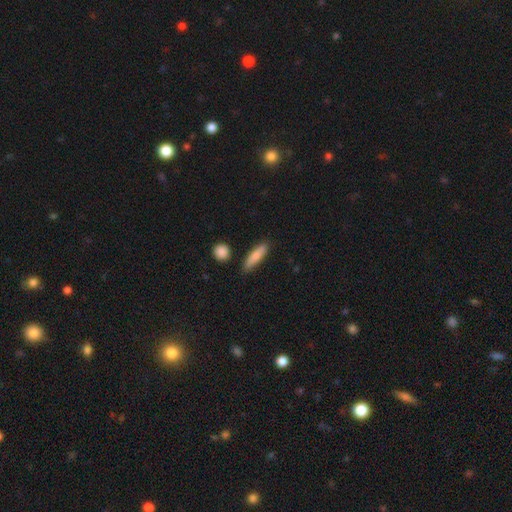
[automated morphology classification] Smooth or featured? smooth (81%)
How rounded? cigar-shaped (69%)
Merging? none (81%)